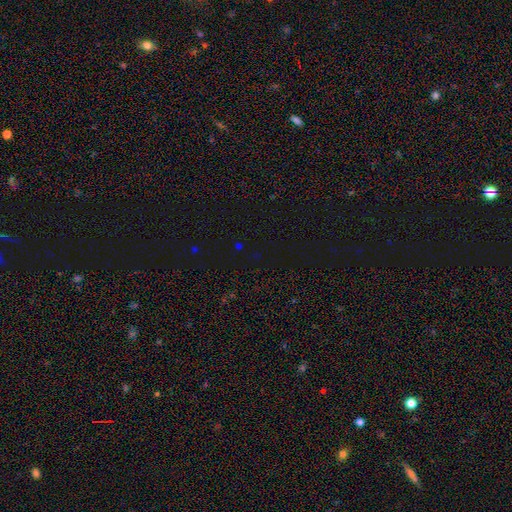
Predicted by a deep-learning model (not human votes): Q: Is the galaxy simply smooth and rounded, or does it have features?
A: star or artifact — 70%.